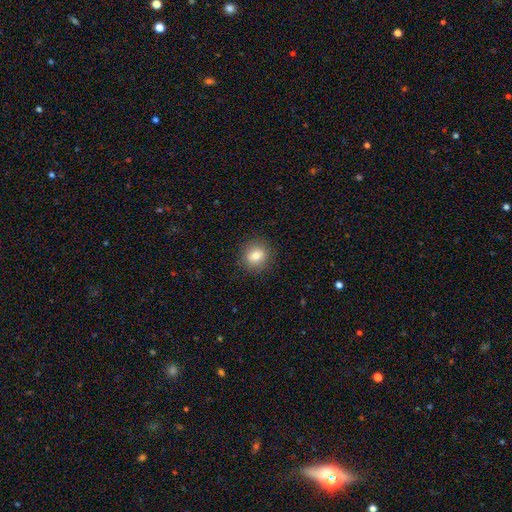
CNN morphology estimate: This is clearly a smooth galaxy (81%). How rounded: likely round (78%). Merging: clearly none (87%).